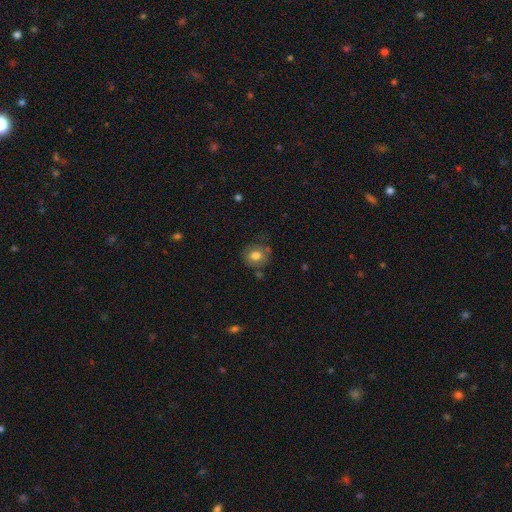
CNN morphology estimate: A smooth galaxy with no disk features (76%) that is round (78%).

Vote fractions:
- Smooth or featured? smooth: 76% / featured or disk: 14% / star or artifact: 10%
- How rounded? round: 78% / in between: 21% / cigar-shaped: 1%
- Merging? none: 70% / minor disturbance: 19% / major disturbance: 6% / merger: 5%